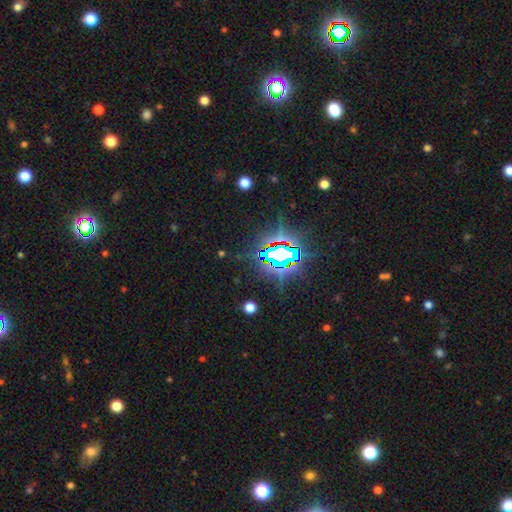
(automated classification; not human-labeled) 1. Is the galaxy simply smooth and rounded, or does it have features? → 80% star or artifact, 10% smooth, 10% featured or disk.